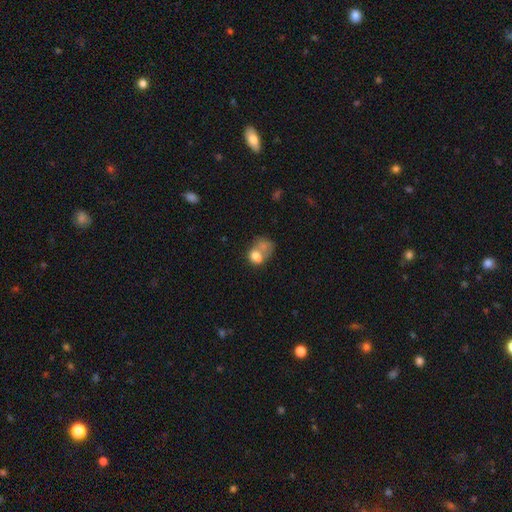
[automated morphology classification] A smooth galaxy with no disk features (68%) that is in between round and cigar-shaped (60%).

Vote fractions:
- Smooth or featured? smooth: 68% / featured or disk: 21% / star or artifact: 11%
- How rounded? in between: 60% / round: 39% / cigar-shaped: 1%
- Merging? merger: 57% / none: 18% / major disturbance: 15% / minor disturbance: 10%